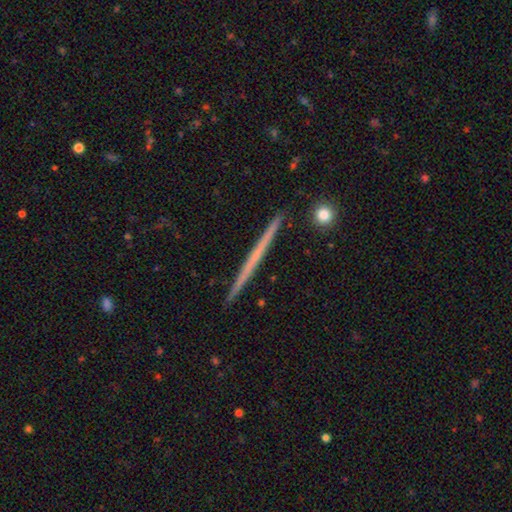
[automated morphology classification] This is possibly a featured or disk galaxy (59%). It is clearly viewed edge-on (98%). Edge-on bulge: clearly none (89%). Merging: clearly none (93%).